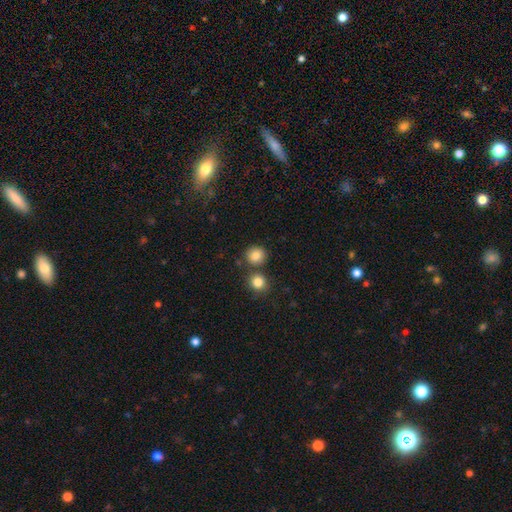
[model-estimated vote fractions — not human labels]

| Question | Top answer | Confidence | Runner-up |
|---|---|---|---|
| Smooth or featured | smooth | 84% | star or artifact (11%) |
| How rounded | round | 89% | in between (10%) |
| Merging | none | 77% | merger (13%) |